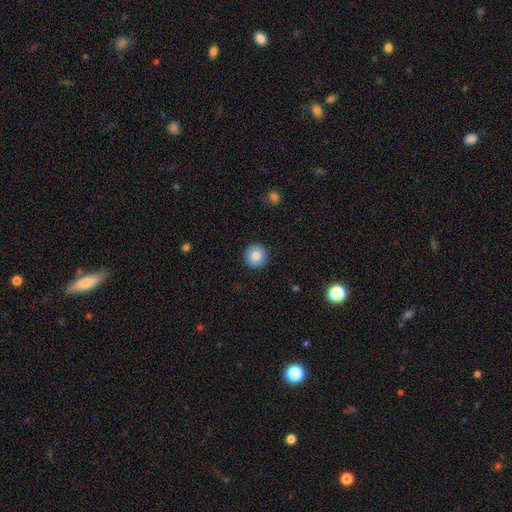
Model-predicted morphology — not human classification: smooth_or_featured: smooth (p=0.82) [alt: featured or disk p=0.10]
how_rounded: round (p=0.95) [alt: in between p=0.04]
merging: none (p=0.92) [alt: minor disturbance p=0.05]